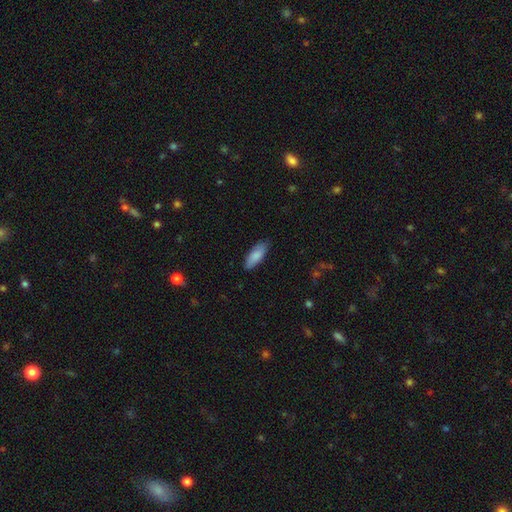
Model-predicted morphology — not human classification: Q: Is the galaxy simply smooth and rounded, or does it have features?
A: smooth — 86%.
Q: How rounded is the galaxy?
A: in between — 72%.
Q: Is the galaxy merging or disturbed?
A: none — 85%.